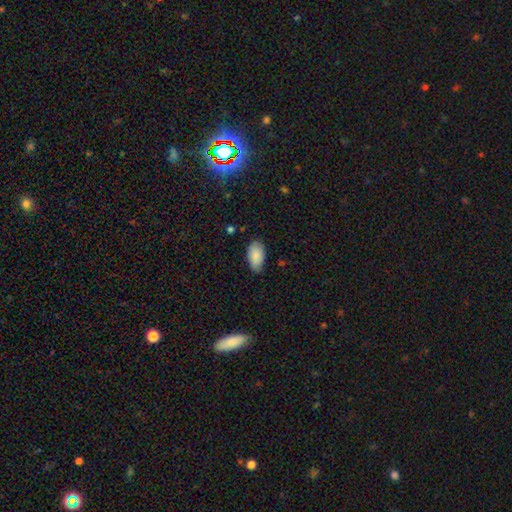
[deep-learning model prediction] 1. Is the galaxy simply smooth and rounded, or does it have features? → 87% smooth, 6% star or artifact, 6% featured or disk.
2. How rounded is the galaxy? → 95% in between, 3% round, 2% cigar-shaped.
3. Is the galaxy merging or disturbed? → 72% none, 24% minor disturbance, 3% major disturbance, 1% merger.